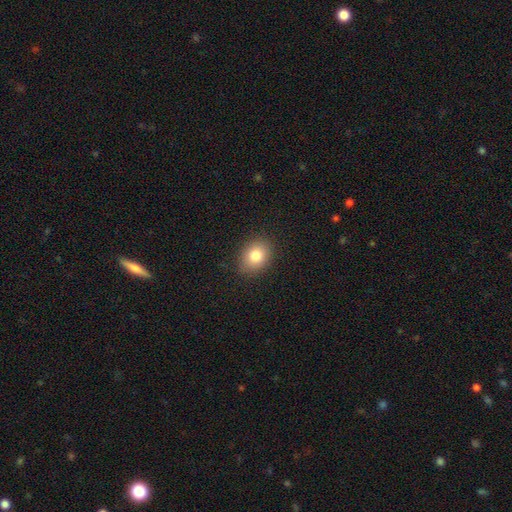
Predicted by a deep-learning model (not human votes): Smooth or featured? smooth (82%)
How rounded? in between (62%)
Merging? none (87%)